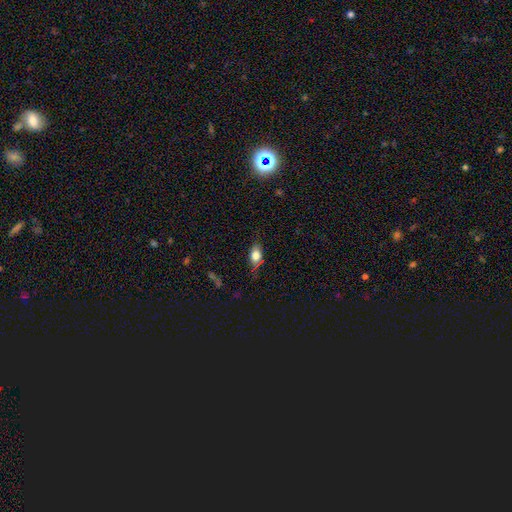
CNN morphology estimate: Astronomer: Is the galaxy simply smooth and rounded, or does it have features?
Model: smooth — 75%.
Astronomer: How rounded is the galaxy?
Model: in between — 82%.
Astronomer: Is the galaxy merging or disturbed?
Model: none — 74%.